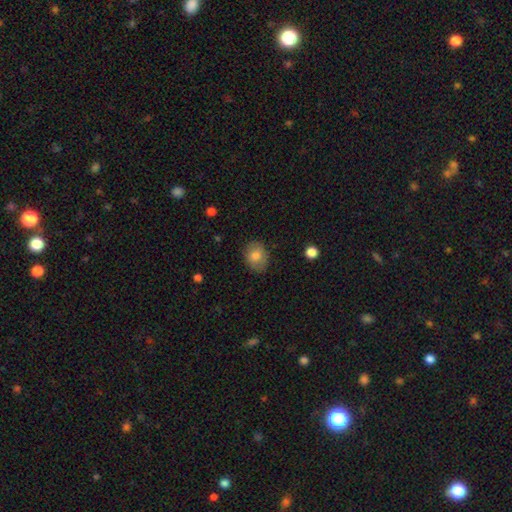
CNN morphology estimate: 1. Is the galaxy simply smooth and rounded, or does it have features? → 79% smooth, 13% featured or disk, 8% star or artifact.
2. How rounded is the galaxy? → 54% in between, 45% round, 1% cigar-shaped.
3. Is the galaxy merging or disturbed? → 83% none, 13% minor disturbance, 3% major disturbance, 1% merger.